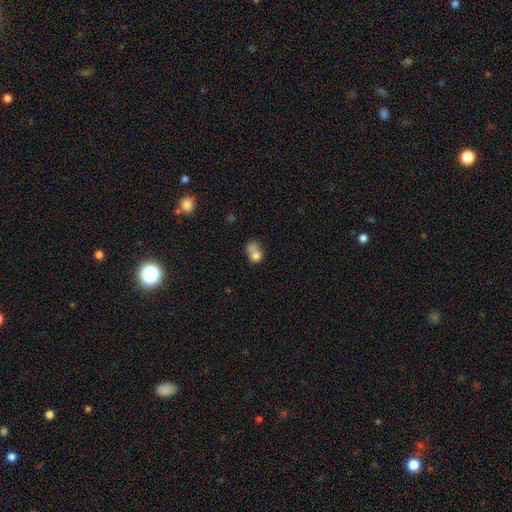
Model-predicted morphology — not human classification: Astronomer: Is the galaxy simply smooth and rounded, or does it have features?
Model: smooth — 72%.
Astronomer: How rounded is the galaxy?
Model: round — 58% (runner-up: in between, 41%).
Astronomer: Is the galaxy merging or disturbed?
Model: merger — 53%.